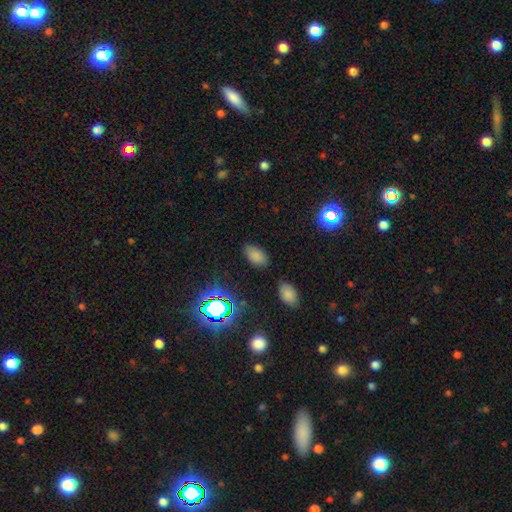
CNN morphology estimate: type=smooth (76%); roundness=in between (93%); merging=none (80%).